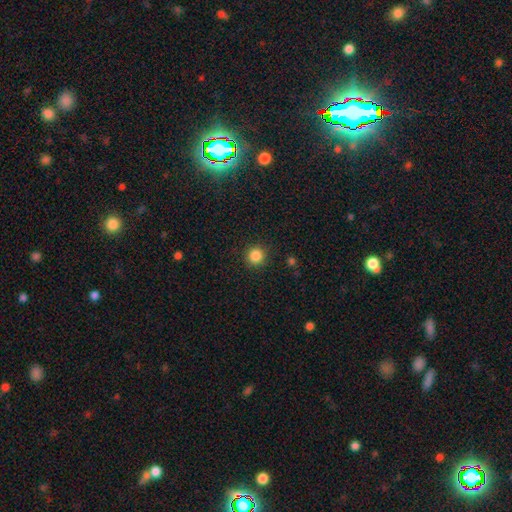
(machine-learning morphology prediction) Smooth or featured? Predicted: smooth (p=0.85). How rounded? Predicted: round (p=0.93). Merging? Predicted: none (p=0.90).